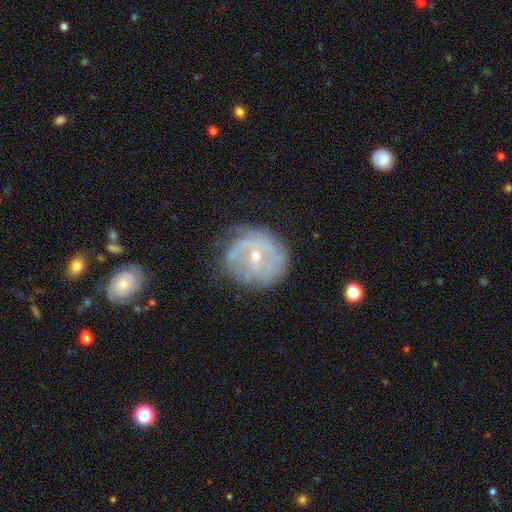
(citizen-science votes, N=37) featured or disk 76%, smooth 16%, star or artifact 8%. Down the decision tree: edge-on disk — no (93%); bar — no (65%); spiral arms — yes (69%); spiral arm count — can't tell (56%); spiral winding — tight (56%); bulge size — small (77%); merging — none (56%).